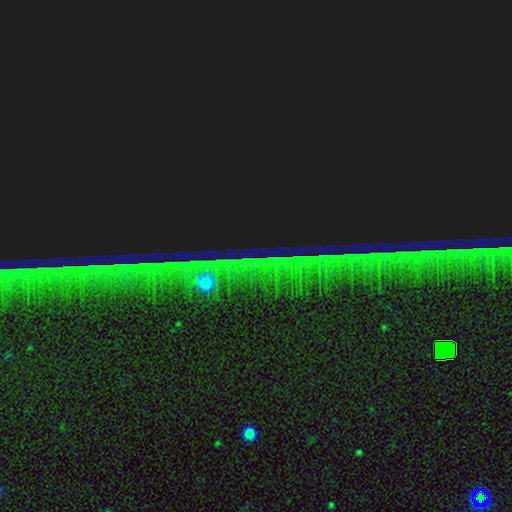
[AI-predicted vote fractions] This appears to be a star or artifact, not a galaxy (86%).